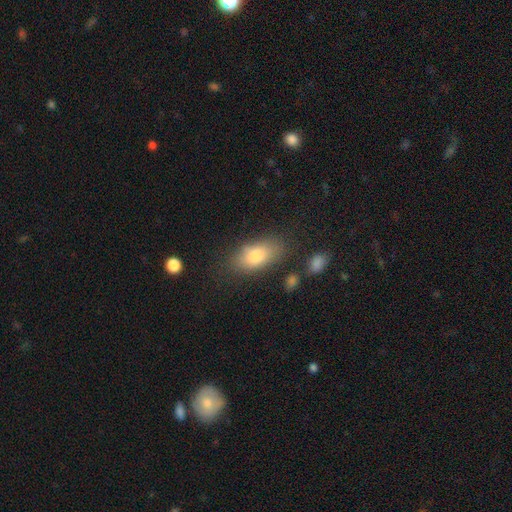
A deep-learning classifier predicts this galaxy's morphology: Smooth or featured: smooth — 78% (featured or disk — 14%)
How rounded: in between — 87% (cigar-shaped — 7%)
Merging: none — 76% (minor disturbance — 15%)